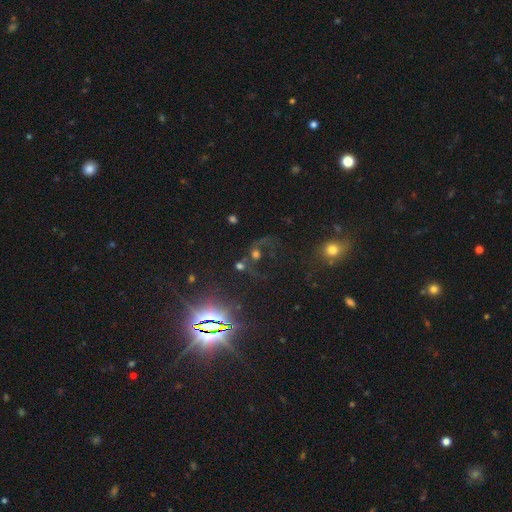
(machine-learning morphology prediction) type=star or artifact (68%).